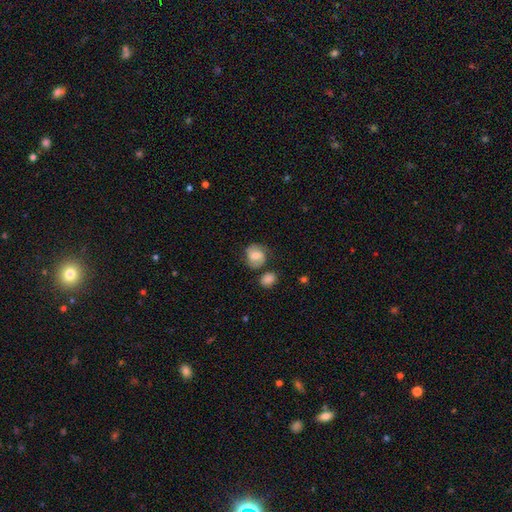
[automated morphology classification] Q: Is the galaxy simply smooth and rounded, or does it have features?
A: featured or disk — 55%.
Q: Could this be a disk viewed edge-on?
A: no — 97%.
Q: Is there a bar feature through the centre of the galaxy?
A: weak — 49%.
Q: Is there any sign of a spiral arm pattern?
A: yes — 90%.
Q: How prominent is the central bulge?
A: moderate — 52%.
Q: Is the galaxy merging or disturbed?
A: none — 69%.